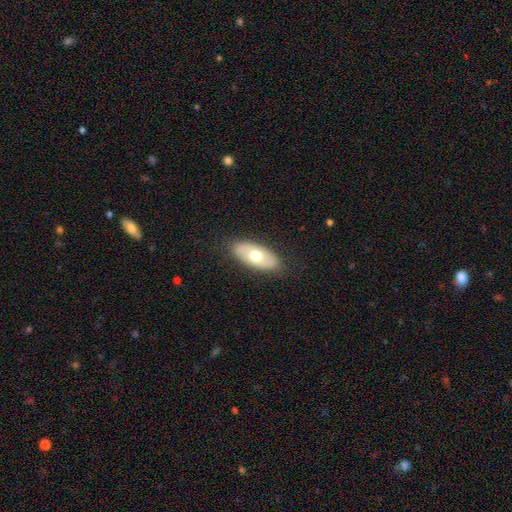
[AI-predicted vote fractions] smooth-or-featured: smooth: 59% | featured or disk: 35% | star or artifact: 5%
  how-rounded: in between: 88% | cigar-shaped: 9% | round: 3%
  merging: none: 87% | minor disturbance: 10% | major disturbance: 2% | merger: 1%